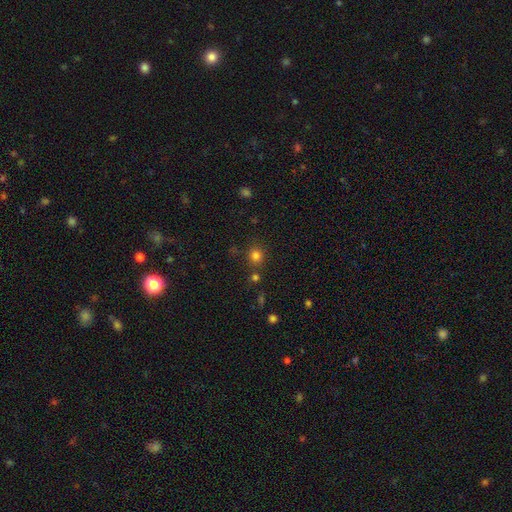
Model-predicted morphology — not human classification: Q: Smooth or featured?
A: smooth (78%); runner-up: star or artifact (17%)
Q: How rounded?
A: round (86%); runner-up: in between (13%)
Q: Merging?
A: none (79%); runner-up: minor disturbance (9%)